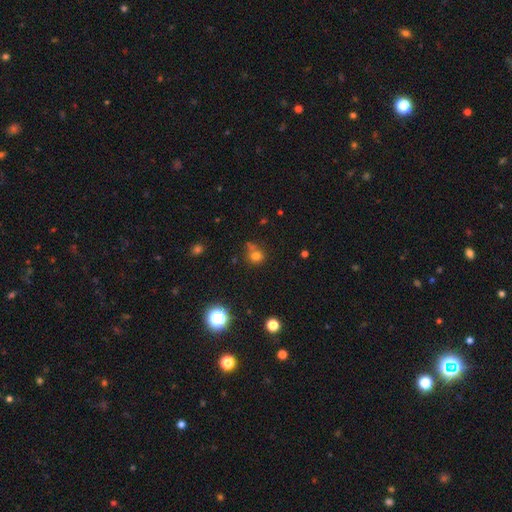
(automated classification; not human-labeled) Q: Smooth or featured?
A: smooth (72%); runner-up: star or artifact (20%)
Q: How rounded?
A: round (82%); runner-up: in between (17%)
Q: Merging?
A: none (59%); runner-up: merger (21%)